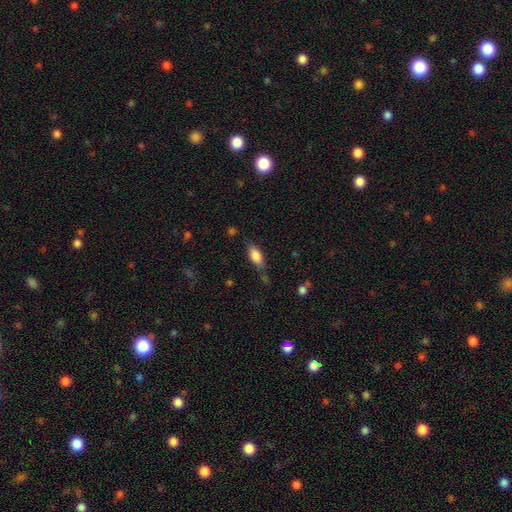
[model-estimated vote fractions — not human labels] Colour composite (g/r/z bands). It shows a smooth galaxy with no disk features (80%) that is in between round and cigar-shaped (83%). Merging: none (65%).